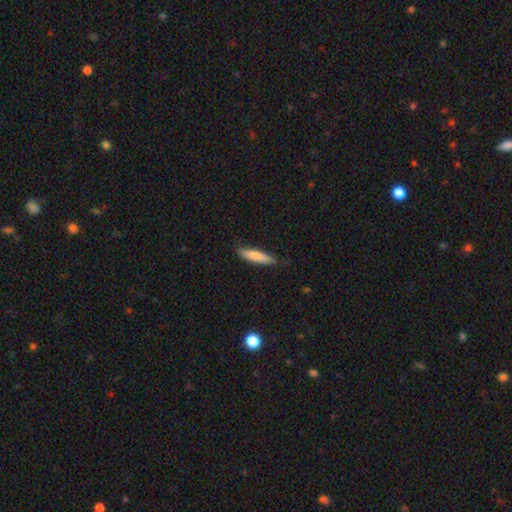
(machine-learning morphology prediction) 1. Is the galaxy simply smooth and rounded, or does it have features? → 76% smooth, 19% featured or disk, 5% star or artifact.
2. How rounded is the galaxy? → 81% cigar-shaped, 18% in between, 1% round.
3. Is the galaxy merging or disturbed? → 79% none, 17% minor disturbance, 2% major disturbance, 1% merger.